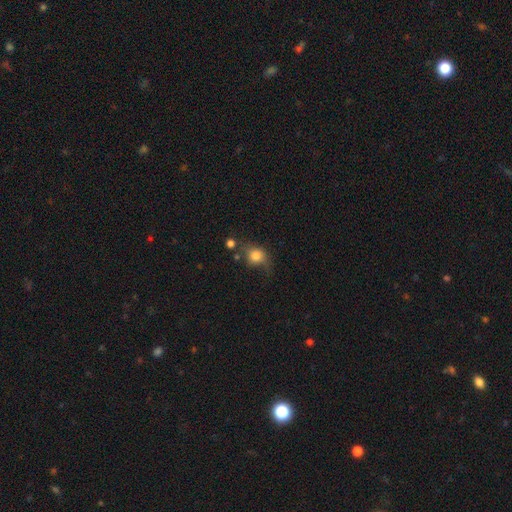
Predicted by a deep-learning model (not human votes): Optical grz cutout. It shows a smooth galaxy with no disk features (77%) that is round (68%). Merging: none (52%).